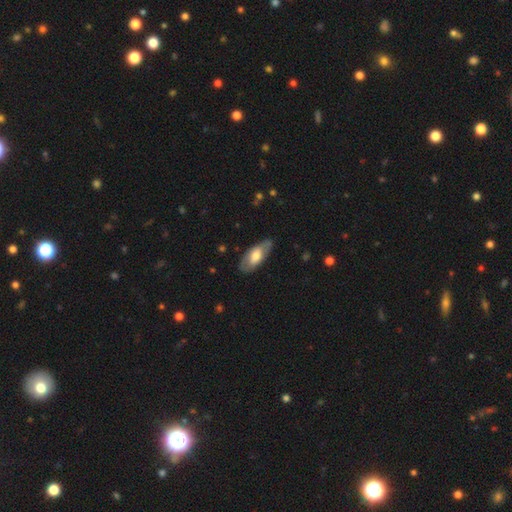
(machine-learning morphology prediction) Smooth or featured: smooth — 52% (featured or disk — 43%)
How rounded: in between — 85% (cigar-shaped — 12%)
Merging: none — 78% (minor disturbance — 17%)